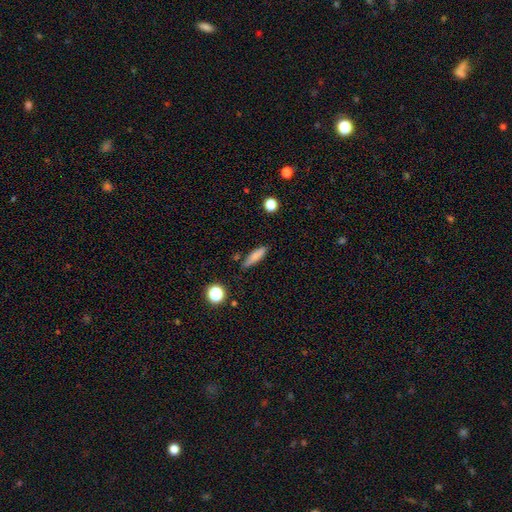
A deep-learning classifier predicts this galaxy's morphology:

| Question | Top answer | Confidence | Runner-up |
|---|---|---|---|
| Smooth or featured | smooth | 79% | featured or disk (12%) |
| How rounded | cigar-shaped | 67% | in between (30%) |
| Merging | none | 77% | minor disturbance (16%) |